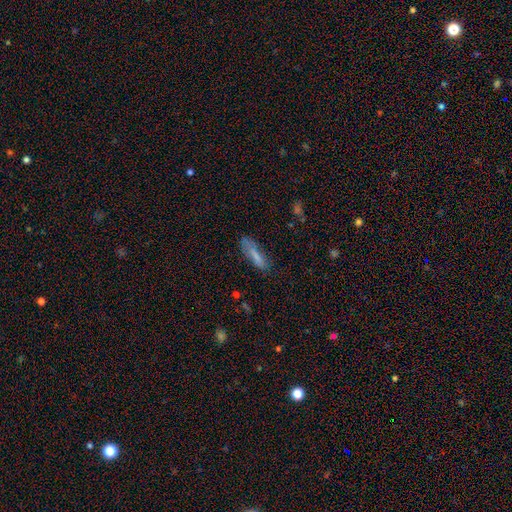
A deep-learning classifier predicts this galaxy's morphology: Q: Smooth or featured?
A: smooth (74%); runner-up: featured or disk (17%)
Q: How rounded?
A: cigar-shaped (65%); runner-up: in between (33%)
Q: Merging?
A: none (67%); runner-up: minor disturbance (23%)